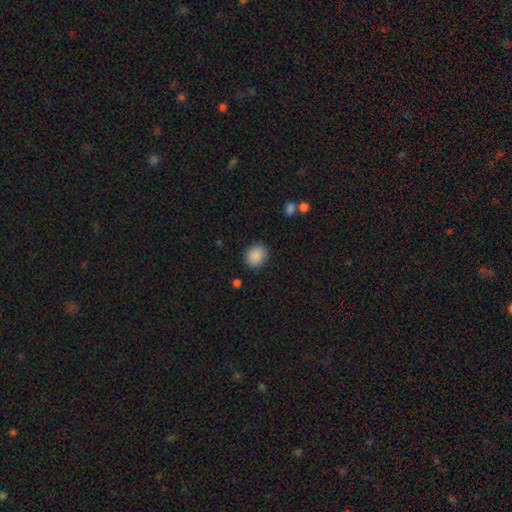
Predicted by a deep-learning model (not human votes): A smooth galaxy with no disk features (89%) that is round (71%). Merging: none (86%).